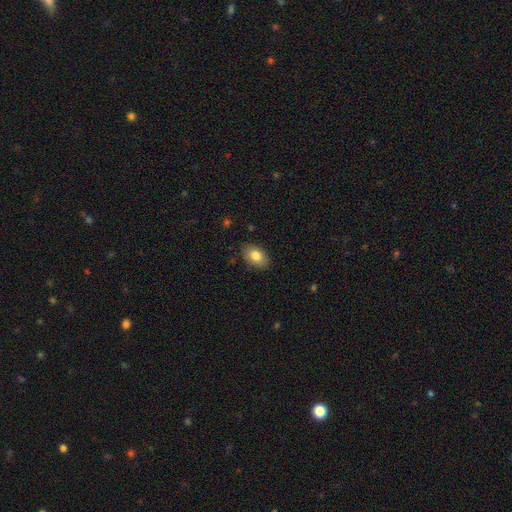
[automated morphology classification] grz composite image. It shows a smooth galaxy with no disk features (82%) that is in between round and cigar-shaped (87%). Merging: none (87%).